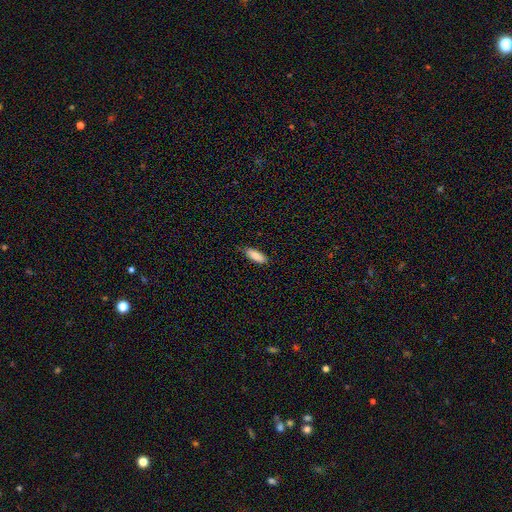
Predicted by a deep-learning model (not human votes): Smooth or featured: smooth — 86% (featured or disk — 8%)
How rounded: in between — 66% (cigar-shaped — 32%)
Merging: none — 78% (minor disturbance — 18%)